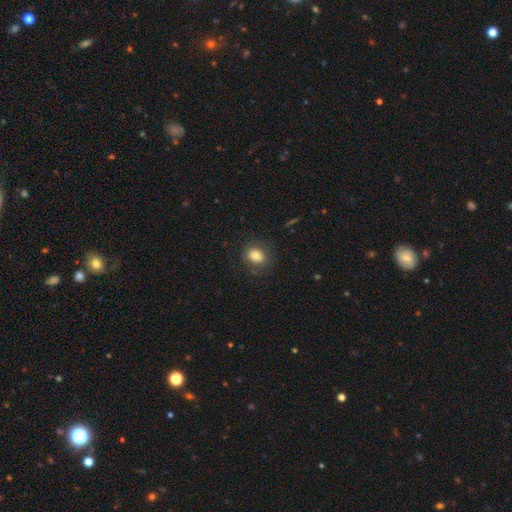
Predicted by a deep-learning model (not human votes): Overall: smooth (79%). How rounded: round (52%; in between 47%). Merging: none (79%).